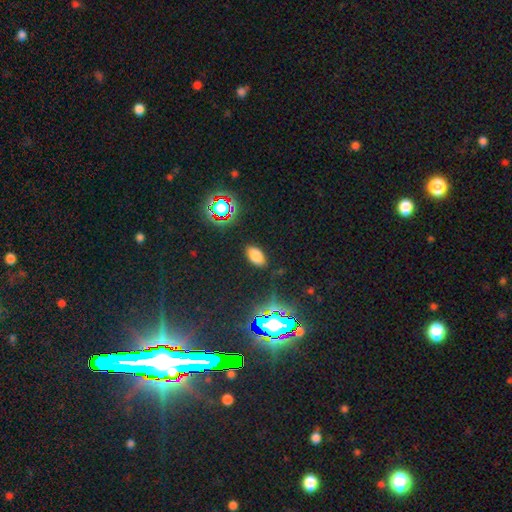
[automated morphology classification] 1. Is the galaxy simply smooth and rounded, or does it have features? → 72% smooth, 21% star or artifact, 7% featured or disk.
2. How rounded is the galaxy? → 93% in between, 5% round, 2% cigar-shaped.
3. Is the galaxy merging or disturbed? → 87% none, 9% minor disturbance, 3% major disturbance, 2% merger.